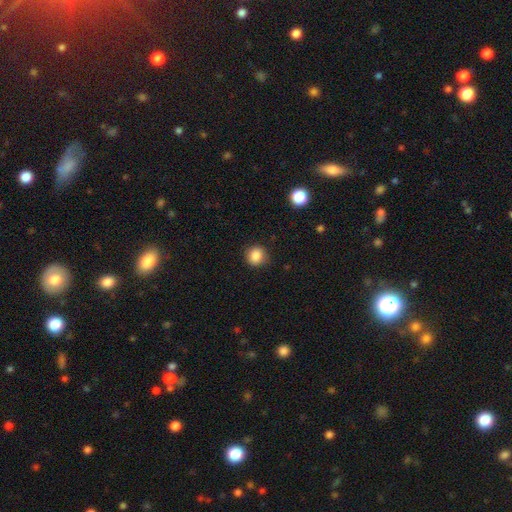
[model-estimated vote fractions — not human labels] smooth_or_featured: smooth (p=0.86) [alt: star or artifact p=0.10]
how_rounded: round (p=0.85) [alt: in between p=0.14]
merging: none (p=0.86) [alt: minor disturbance p=0.10]